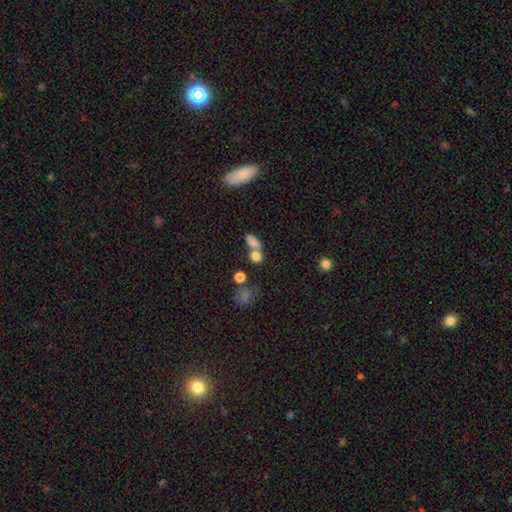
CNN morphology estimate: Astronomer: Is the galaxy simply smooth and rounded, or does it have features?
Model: smooth — 78%.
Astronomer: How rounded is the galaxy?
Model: in between — 58% (runner-up: round, 37%).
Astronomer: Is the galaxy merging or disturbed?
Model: merger — 50% (runner-up: none, 36%).